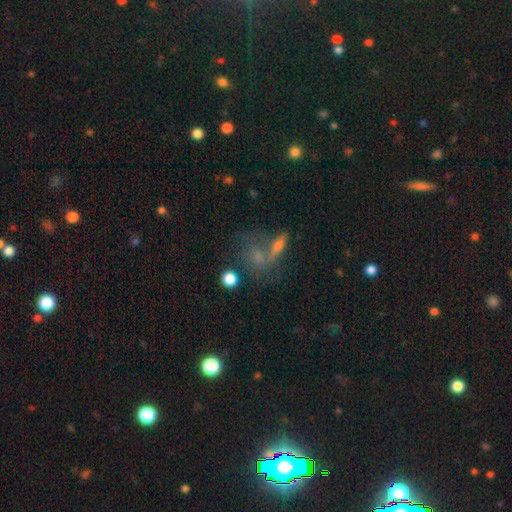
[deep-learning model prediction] Morphology: type=smooth (48%); merging=none (38%).